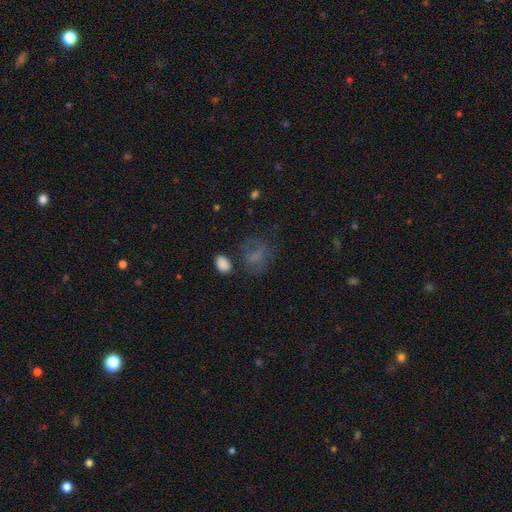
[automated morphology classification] Smooth or featured? smooth (58%)
How rounded? in between (52%)
Merging? none (44%)